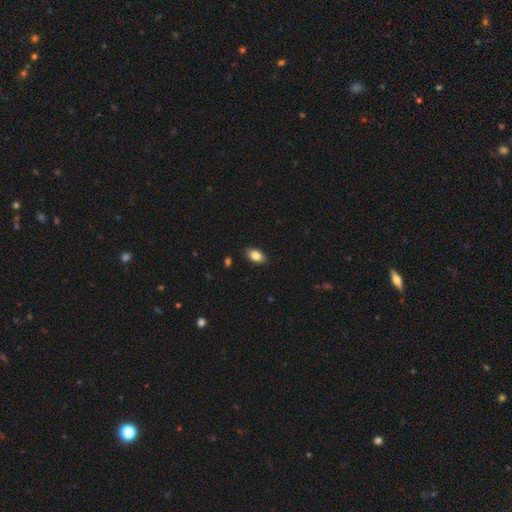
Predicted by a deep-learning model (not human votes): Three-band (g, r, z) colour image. It shows a smooth galaxy with no disk features (84%) that is in between round and cigar-shaped (90%). Merging: none (88%).